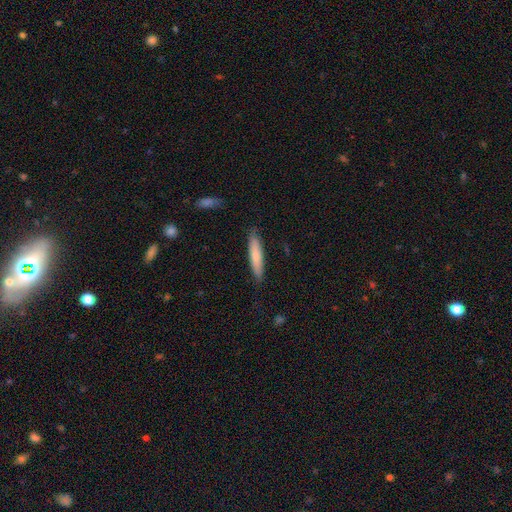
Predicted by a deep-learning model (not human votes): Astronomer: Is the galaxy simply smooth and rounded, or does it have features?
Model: smooth — 71%.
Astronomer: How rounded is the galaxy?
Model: cigar-shaped — 87%.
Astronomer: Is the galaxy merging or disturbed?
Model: none — 85%.